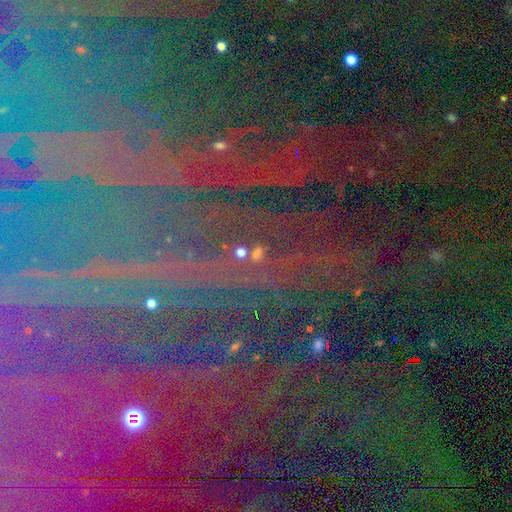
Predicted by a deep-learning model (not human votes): The model was most divided on "smooth or featured": star or artifact: 87%, featured or disk: 7%, smooth: 6%.